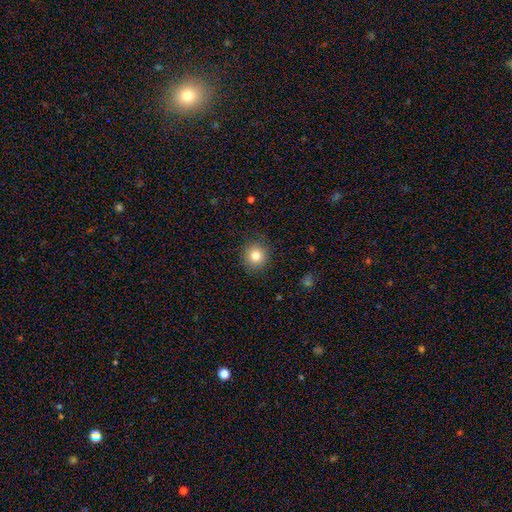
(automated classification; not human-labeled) Overall: smooth (81%). How rounded: round (90%). Merging: none (89%).